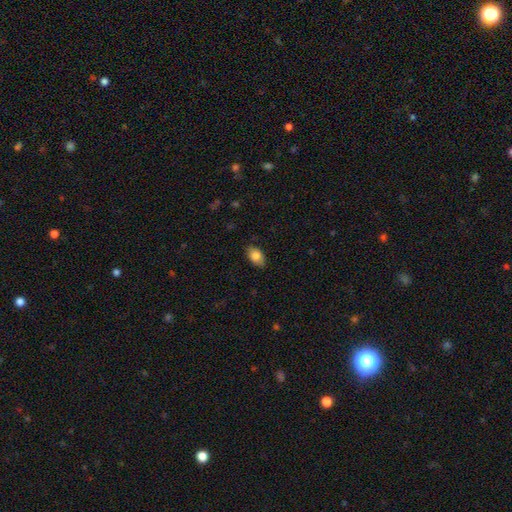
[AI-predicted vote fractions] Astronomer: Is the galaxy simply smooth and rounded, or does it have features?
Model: smooth — 84%.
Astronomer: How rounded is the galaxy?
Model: in between — 92%.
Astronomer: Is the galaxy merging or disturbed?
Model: none — 85%.